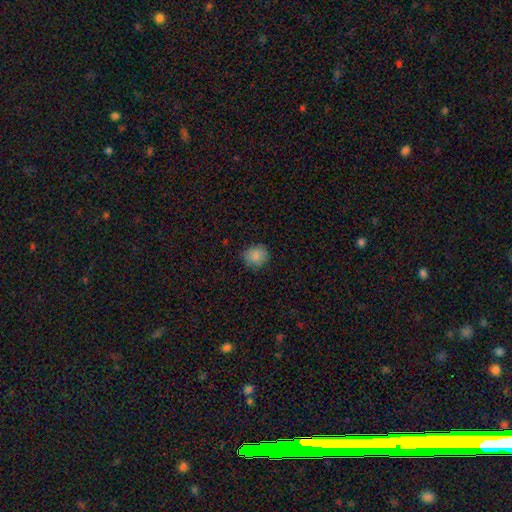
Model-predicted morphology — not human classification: smooth 87%, star or artifact 9%, featured or disk 4%. Down the decision tree: how rounded — round (74%); merging — none (84%).